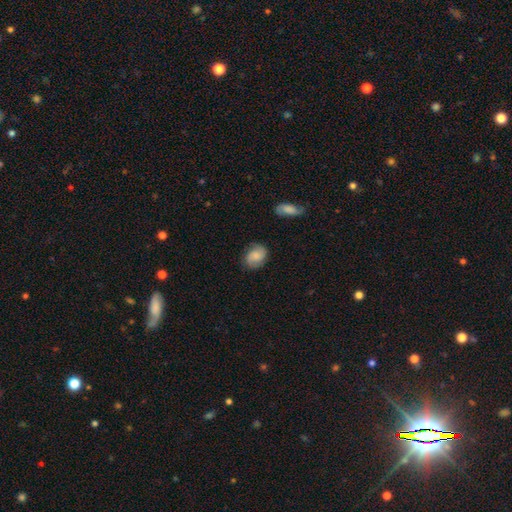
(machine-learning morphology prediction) The model was most divided on "smooth or featured": smooth: 54%, featured or disk: 38%, star or artifact: 8%. More confident: merging — none (78%); how rounded — in between (58%).